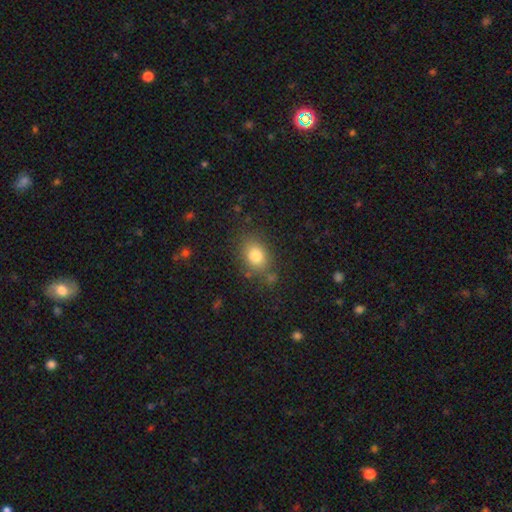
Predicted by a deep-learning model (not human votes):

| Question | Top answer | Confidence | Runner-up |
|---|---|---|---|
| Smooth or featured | smooth | 81% | star or artifact (11%) |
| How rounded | in between | 57% | round (42%) |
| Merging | none | 78% | minor disturbance (14%) |